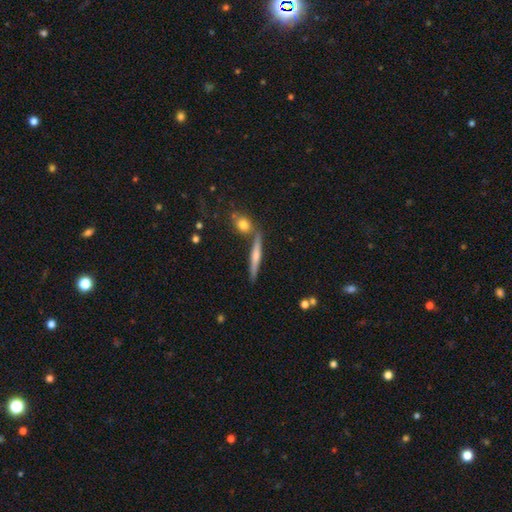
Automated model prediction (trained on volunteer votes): A smooth galaxy with no disk features (48%).

Vote fractions:
- Smooth or featured? smooth: 48% / featured or disk: 45% / star or artifact: 7%
- Merging? none: 76% / merger: 11% / minor disturbance: 10% / major disturbance: 3%